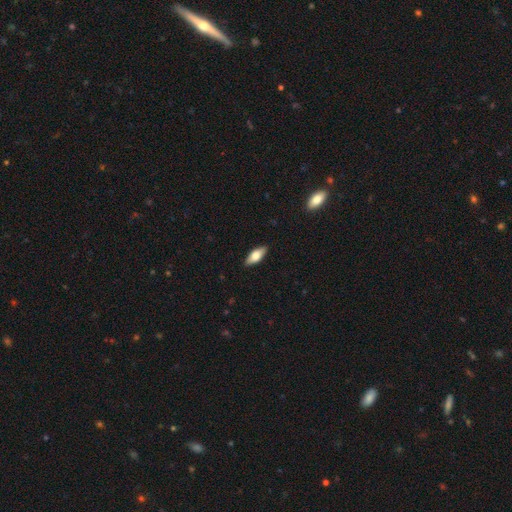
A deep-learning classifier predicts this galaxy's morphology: smooth_or_featured: smooth (p=0.67) [alt: featured or disk p=0.27]
how_rounded: in between (p=0.77) [alt: cigar-shaped p=0.20]
merging: none (p=0.89) [alt: minor disturbance p=0.09]